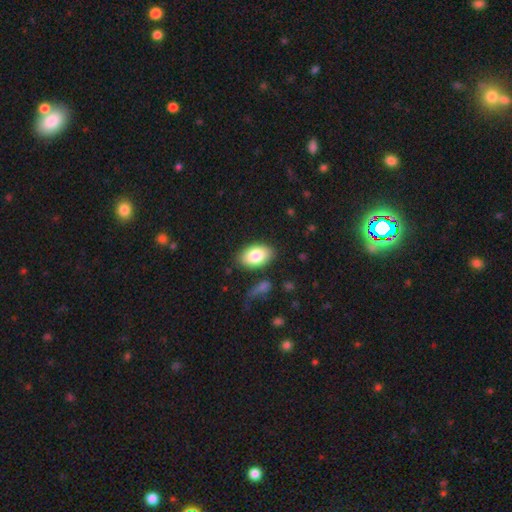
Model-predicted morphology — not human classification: smooth_or_featured: smooth (p=0.82) [alt: featured or disk p=0.11]
how_rounded: in between (p=0.92) [alt: round p=0.06]
merging: none (p=0.83) [alt: minor disturbance p=0.11]